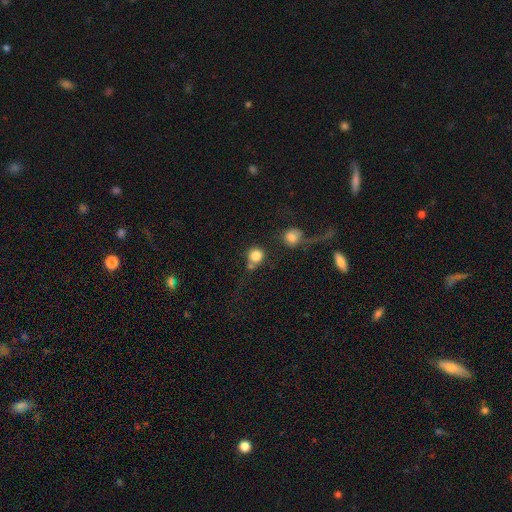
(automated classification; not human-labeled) Smooth or featured? Predicted: smooth (p=0.82). How rounded? Predicted: round (p=0.88). Merging? Predicted: none (p=0.55).